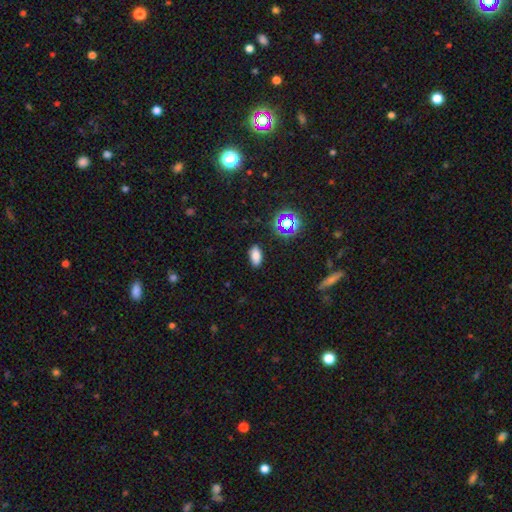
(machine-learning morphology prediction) The model was most divided on "smooth or featured": smooth: 76%, star or artifact: 17%, featured or disk: 7%. More confident: how rounded — in between (89%); merging — none (86%).